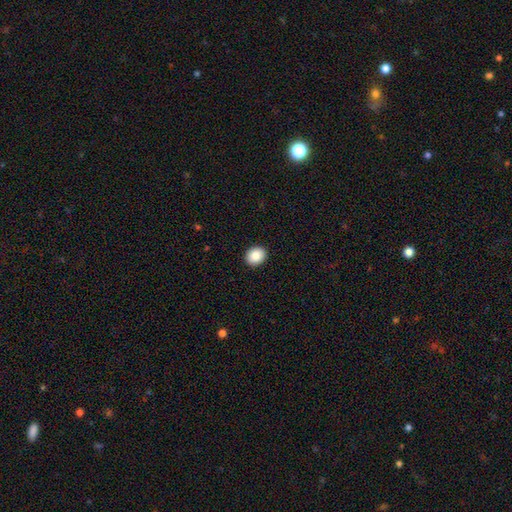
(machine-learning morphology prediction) A smooth galaxy with no disk features (89%) that is round (65%). Merging: none (92%).